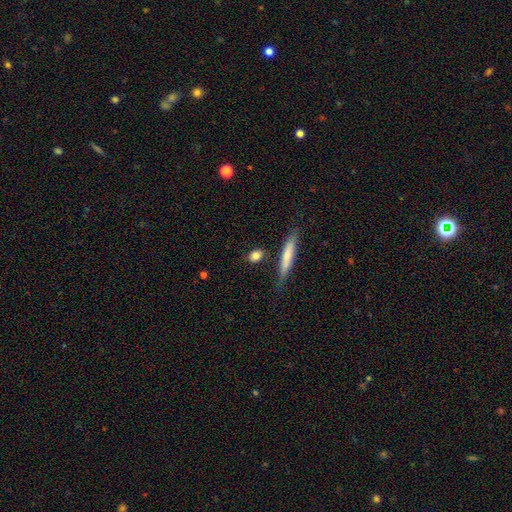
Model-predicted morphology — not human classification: smooth_or_featured: smooth (p=0.81) [alt: featured or disk p=0.12]
how_rounded: in between (p=0.44) [alt: round p=0.32]
merging: none (p=0.78) [alt: minor disturbance p=0.13]